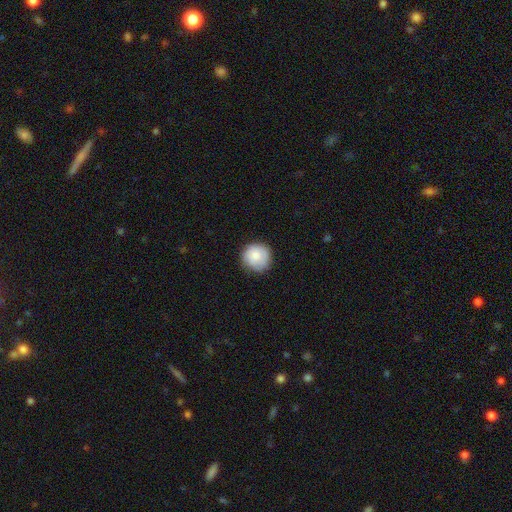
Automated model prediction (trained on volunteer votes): Smooth or featured? smooth (82%)
How rounded? round (94%)
Merging? none (84%)